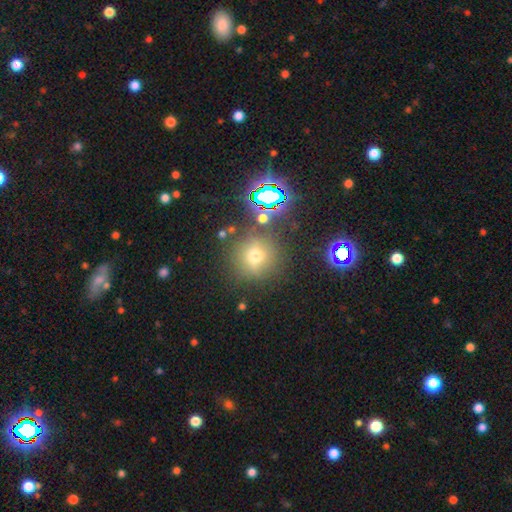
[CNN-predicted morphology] A smooth galaxy with no disk features (56%) that is round (92%).

Vote fractions:
- Smooth or featured? smooth: 56% / star or artifact: 29% / featured or disk: 15%
- How rounded? round: 92% / in between: 7% / cigar-shaped: 1%
- Merging? none: 79% / minor disturbance: 9% / merger: 6% / major disturbance: 5%